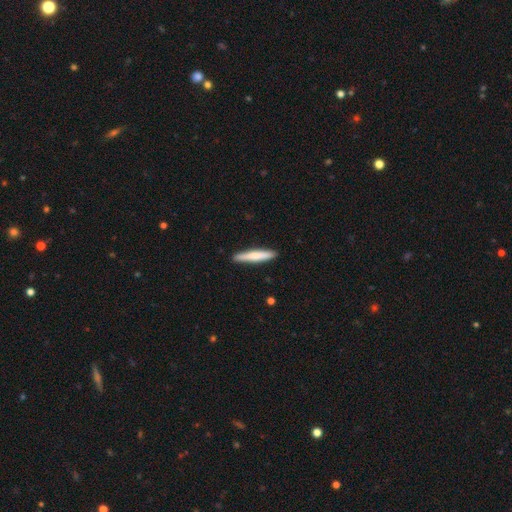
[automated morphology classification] smooth-or-featured: smooth: 69% | featured or disk: 26% | star or artifact: 5%
  how-rounded: cigar-shaped: 93% | in between: 6% | round: 1%
  merging: none: 90% | minor disturbance: 7% | major disturbance: 1% | merger: 1%